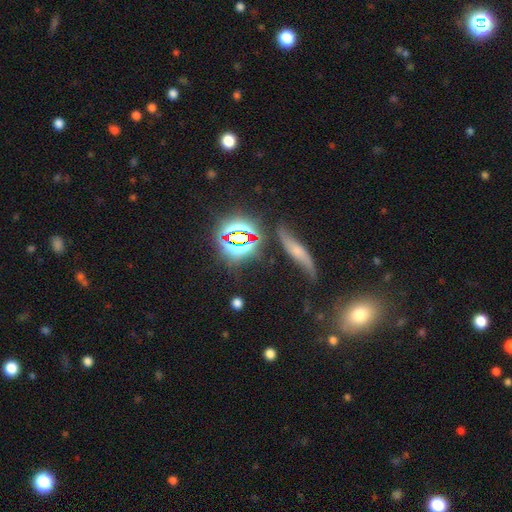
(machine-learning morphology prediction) Smooth or featured? Predicted: star or artifact (p=0.64).